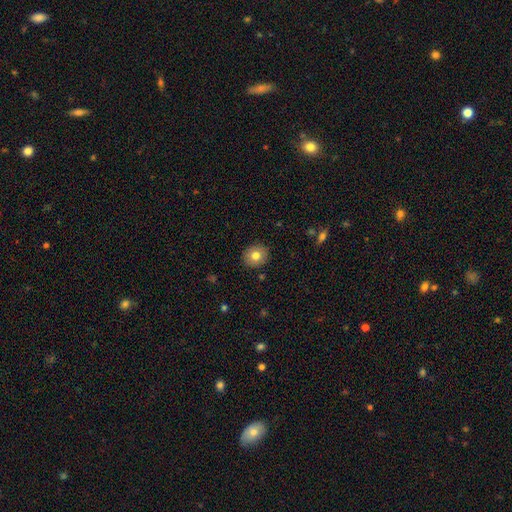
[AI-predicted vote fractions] Smooth or featured: smooth — 79% (featured or disk — 12%)
How rounded: round — 79% (in between — 20%)
Merging: none — 90% (minor disturbance — 7%)